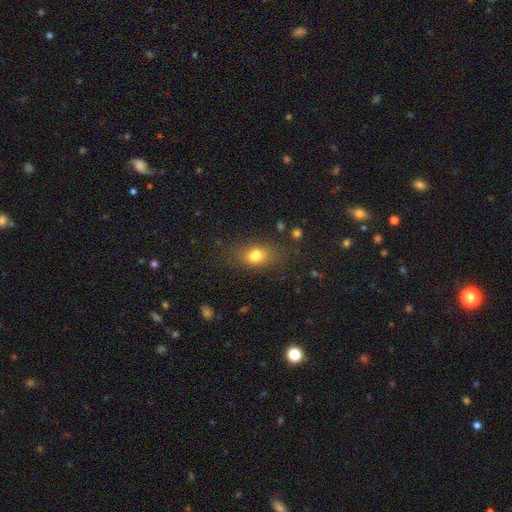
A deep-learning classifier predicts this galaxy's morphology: Overall: smooth (78%). How rounded: in between (71%). Merging: none (69%).